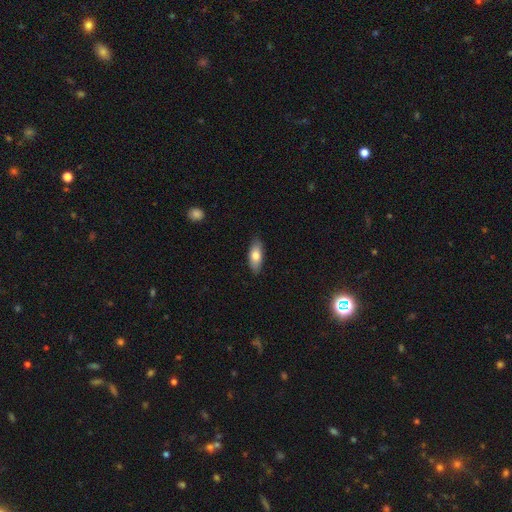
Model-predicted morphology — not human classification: Overall: smooth (75%). How rounded: in between (80%). Merging: none (86%).